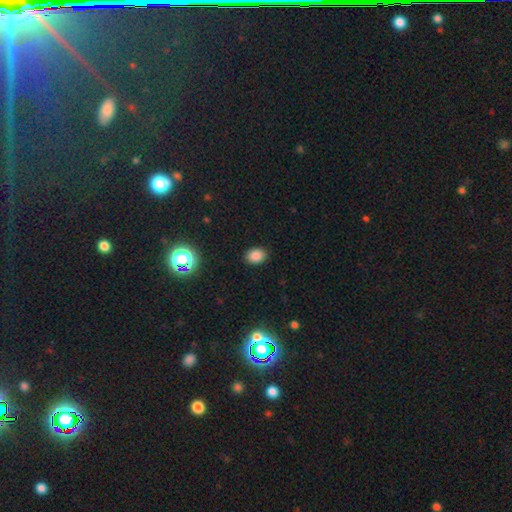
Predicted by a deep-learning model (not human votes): Smooth or featured?
  - smooth: 83% *
  - star or artifact: 12%
  - featured or disk: 5%
How rounded?
  - in between: 65% *
  - round: 34%
  - cigar-shaped: 1%
Merging?
  - none: 89% *
  - minor disturbance: 8%
  - major disturbance: 2%
  - merger: 1%